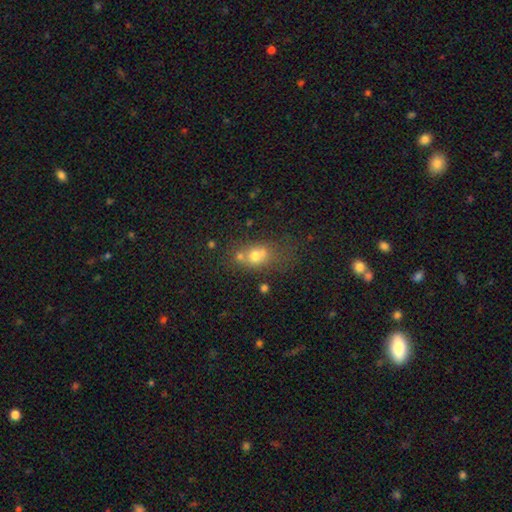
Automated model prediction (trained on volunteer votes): Morphology: type=smooth (66%); roundness=in between (49%); merging=merger (38%, tied with none).